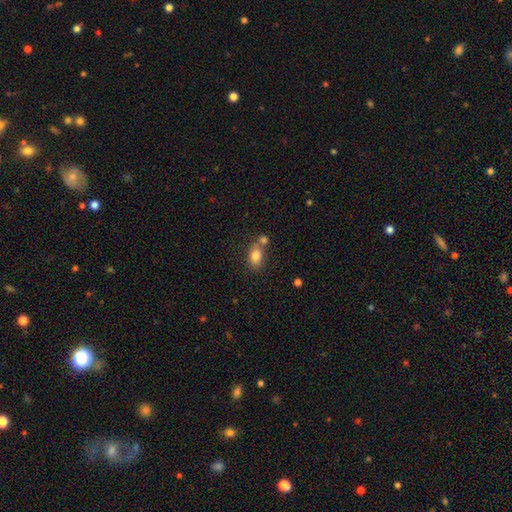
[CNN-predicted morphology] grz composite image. It shows a smooth galaxy with no disk features (80%) that is in between round and cigar-shaped (82%). Merging: none (50%).